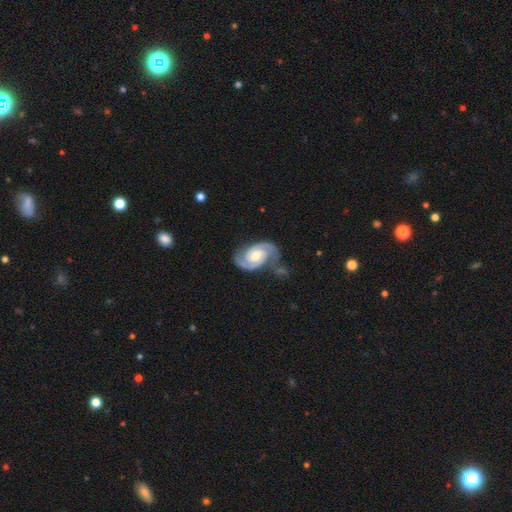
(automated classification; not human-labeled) Smooth or featured: featured or disk — 91% (smooth — 5%)
Edge-on disk: no — 98% (yes — 2%)
Bar: no — 48% (weak — 41%)
Spiral arms: yes — 98% (no — 2%)
Spiral winding: tight — 48% (medium — 44%)
Spiral arm count: 2 — 92% (can't tell — 3%)
Bulge size: moderate — 65% (small — 24%)
Merging: none — 64% (minor disturbance — 20%)